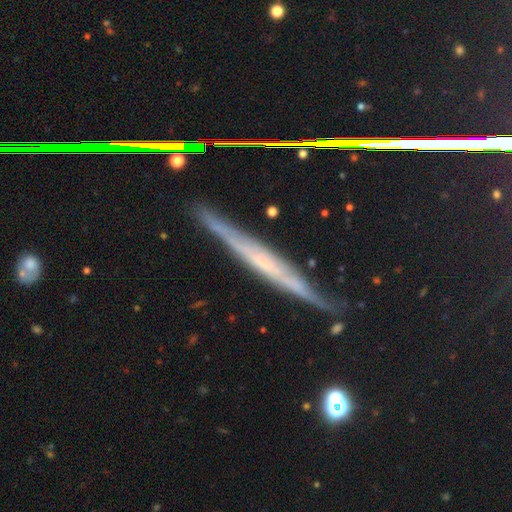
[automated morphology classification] smooth_or_featured: featured or disk (p=0.60) [alt: smooth p=0.22]
disk_edge_on: yes (p=0.94) [alt: no p=0.06]
edge_on_bulge: none (p=0.53) [alt: rounded p=0.30]
merging: none (p=0.82) [alt: minor disturbance p=0.13]